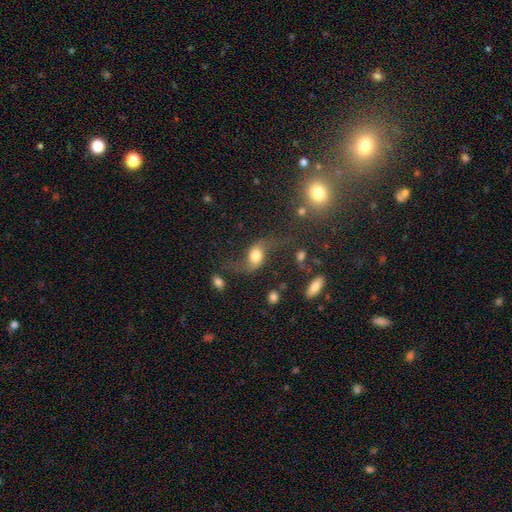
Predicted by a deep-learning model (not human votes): This is possibly a featured or disk galaxy (52%). It is clearly not viewed edge-on (90%). Merging: possibly none (49%).